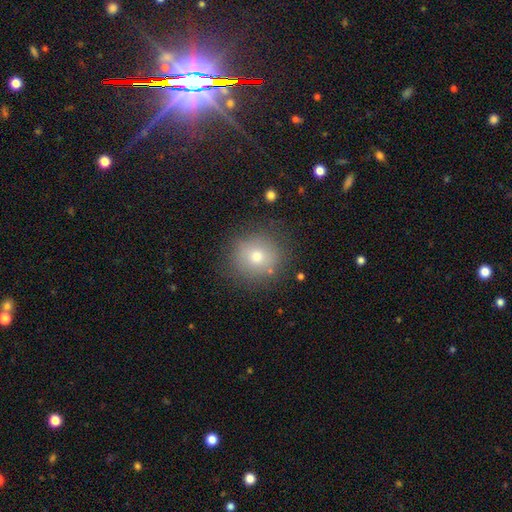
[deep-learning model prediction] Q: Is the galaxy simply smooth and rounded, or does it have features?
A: smooth — 72%.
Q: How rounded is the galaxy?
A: round — 91%.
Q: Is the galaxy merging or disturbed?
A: none — 85%.